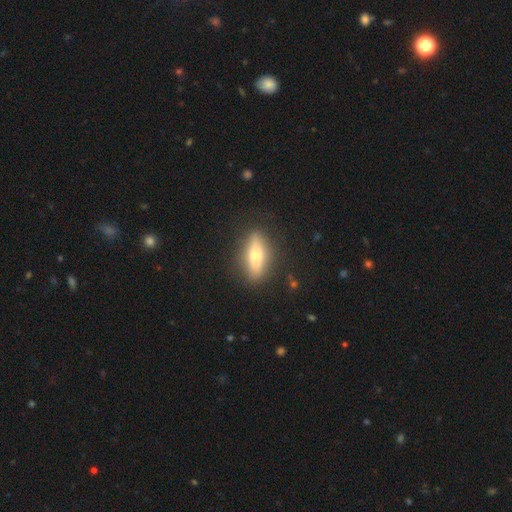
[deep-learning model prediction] Q: Smooth or featured?
A: smooth (51%); runner-up: featured or disk (42%)
Q: How rounded?
A: in between (50%); runner-up: cigar-shaped (46%)
Q: Merging?
A: none (86%); runner-up: minor disturbance (10%)